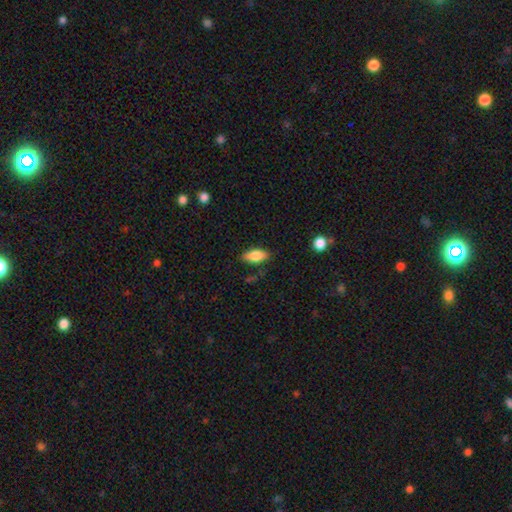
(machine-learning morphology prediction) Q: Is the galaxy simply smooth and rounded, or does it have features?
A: smooth — 82%.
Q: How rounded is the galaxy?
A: in between — 87%.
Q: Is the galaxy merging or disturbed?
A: none — 78%.